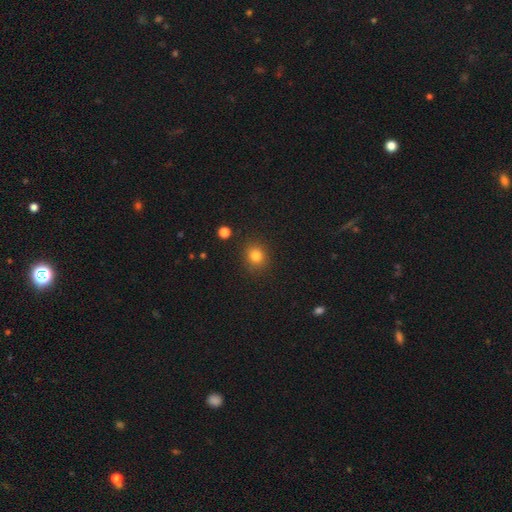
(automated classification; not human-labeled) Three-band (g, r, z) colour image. It shows a smooth galaxy with no disk features (81%) that is round (81%). Merging: none (88%).